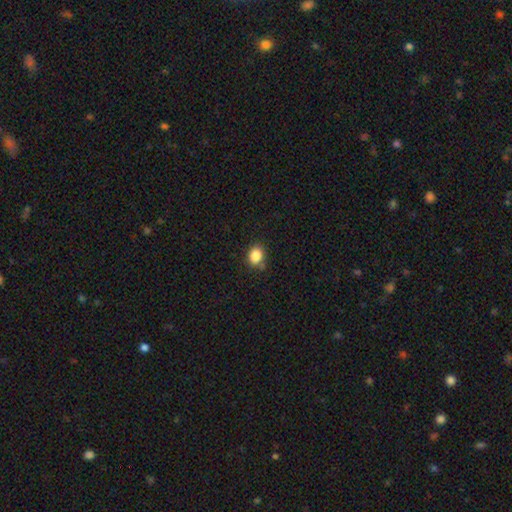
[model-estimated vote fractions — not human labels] Smooth or featured? Predicted: smooth (p=0.86). How rounded? Predicted: in between (p=0.50). Merging? Predicted: none (p=0.75).